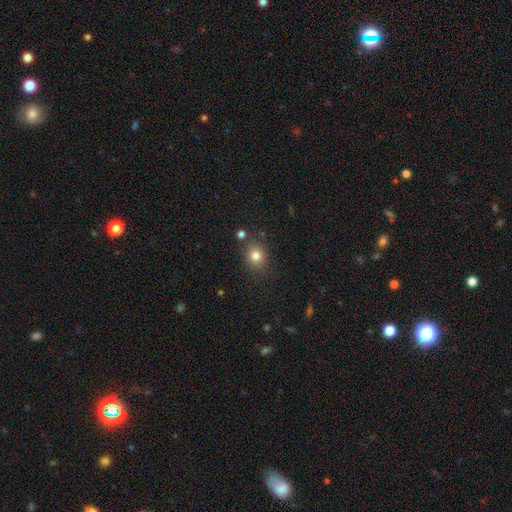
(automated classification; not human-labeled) This appears to be a smooth galaxy with no disk features (80%) that is round (68%). Merging: none (81%).